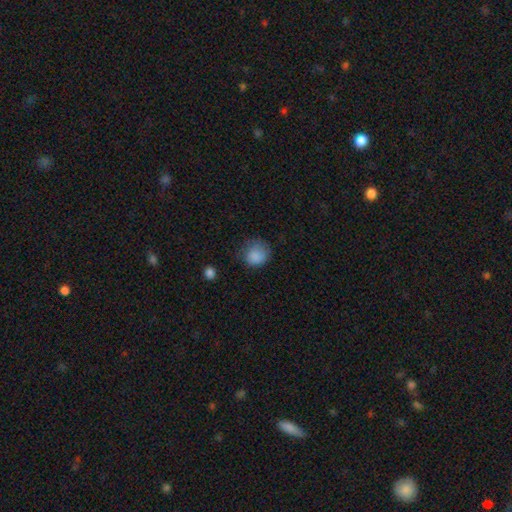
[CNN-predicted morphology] A smooth galaxy with no disk features (85%) that is round (82%). Merging: none (63%).